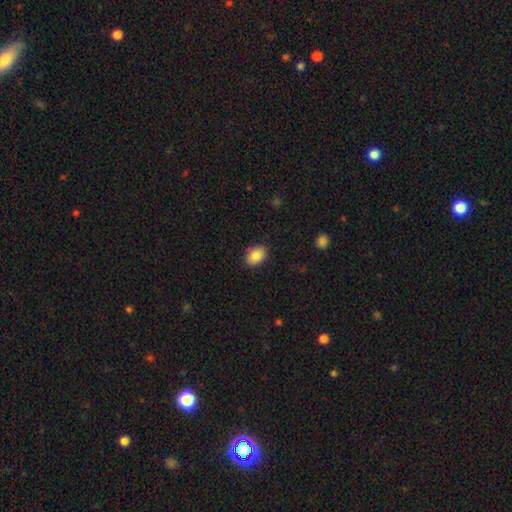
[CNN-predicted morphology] The model was most divided on "how rounded": in between: 79%, round: 20%, cigar-shaped: 1%. More confident: smooth or featured — smooth (87%); merging — none (86%).